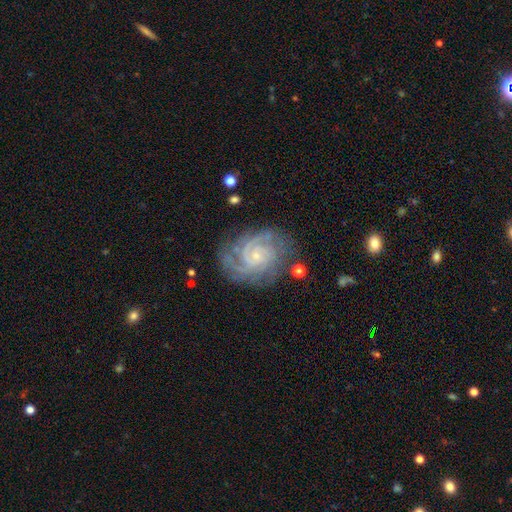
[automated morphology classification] Smooth or featured: featured or disk — 90% (star or artifact — 5%)
Edge-on disk: no — 98% (yes — 2%)
Bar: no — 71% (weak — 24%)
Spiral arms: yes — 98% (no — 2%)
Spiral winding: tight — 72% (medium — 24%)
Spiral arm count: 3 — 28% (4 — 21%)
Bulge size: small — 82% (moderate — 12%)
Merging: none — 75% (minor disturbance — 17%)